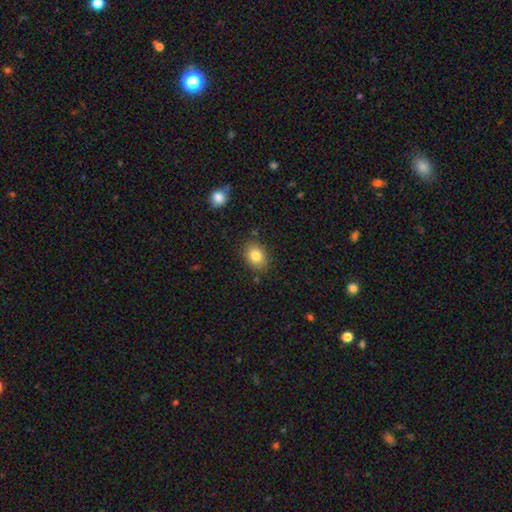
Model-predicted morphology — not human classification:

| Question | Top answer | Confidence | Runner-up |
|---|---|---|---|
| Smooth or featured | smooth | 82% | star or artifact (9%) |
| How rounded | in between | 60% | round (39%) |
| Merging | none | 84% | minor disturbance (11%) |